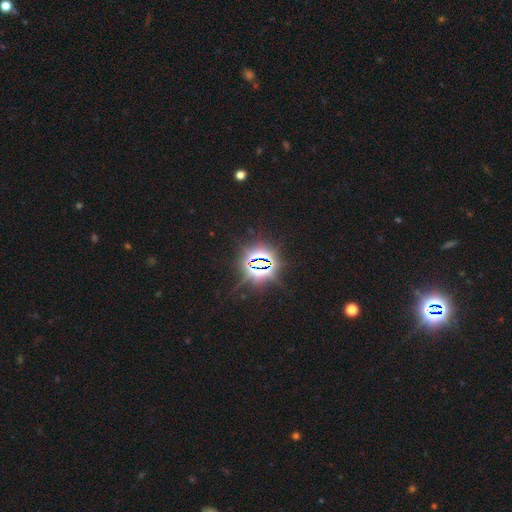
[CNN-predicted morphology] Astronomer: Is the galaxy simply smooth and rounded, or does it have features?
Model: star or artifact — 84%.